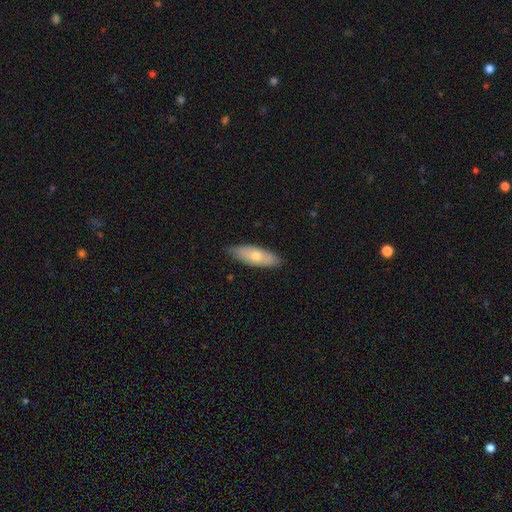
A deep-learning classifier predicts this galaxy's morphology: type=smooth (63%); roundness=in between (64%); merging=none (85%).